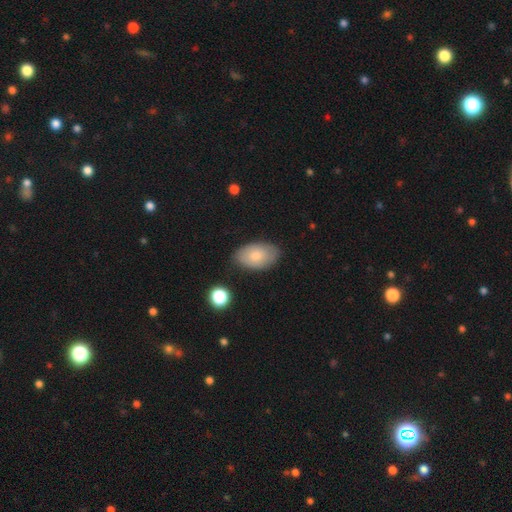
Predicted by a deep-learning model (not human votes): Morphology: type=smooth (76%); roundness=in between (93%); merging=none (78%).